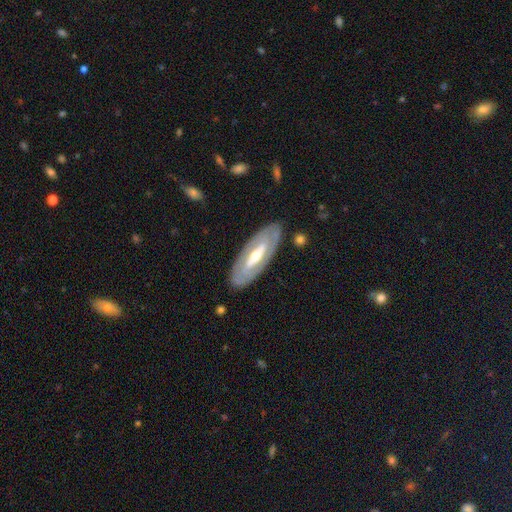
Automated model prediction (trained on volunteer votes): featured or disk 71%, smooth 24%, star or artifact 5%. Down the decision tree: edge-on disk — no (81%); bar — strong (38%); spiral arms — no (60%); bulge size — moderate (65%); merging — none (85%).